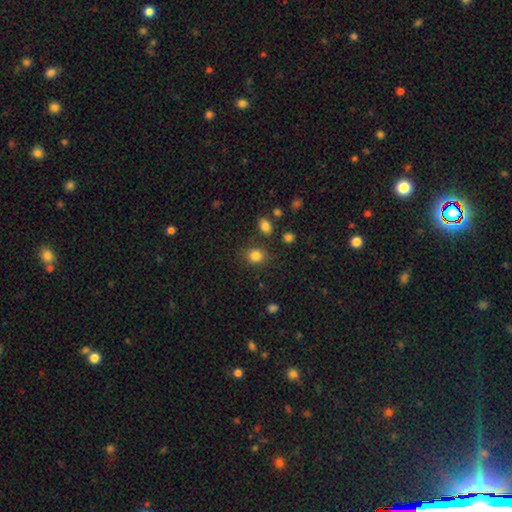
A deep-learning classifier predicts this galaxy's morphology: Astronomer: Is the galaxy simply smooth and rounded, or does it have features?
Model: smooth — 83%.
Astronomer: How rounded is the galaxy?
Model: round — 60% (runner-up: in between, 39%).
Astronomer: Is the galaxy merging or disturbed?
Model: none — 78%.